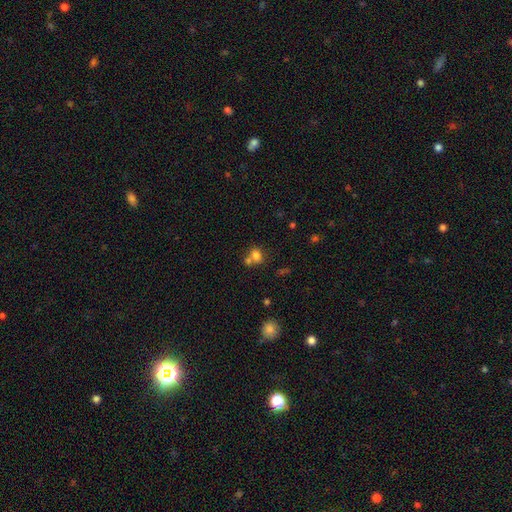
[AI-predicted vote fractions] Morphology: type=smooth (77%); roundness=round (49%, tied with in between); merging=merger (43%, tied with none).